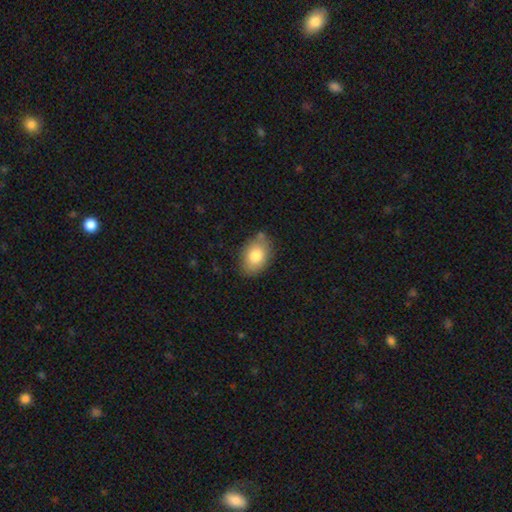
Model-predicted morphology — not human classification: Smooth or featured: smooth — 80% (featured or disk — 12%)
How rounded: in between — 83% (round — 16%)
Merging: none — 78% (minor disturbance — 16%)